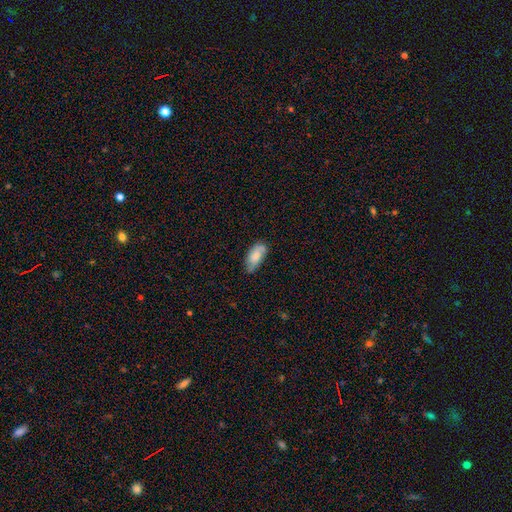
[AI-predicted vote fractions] Smooth or featured? Predicted: smooth (p=0.69). How rounded? Predicted: in between (p=0.89). Merging? Predicted: none (p=0.63).